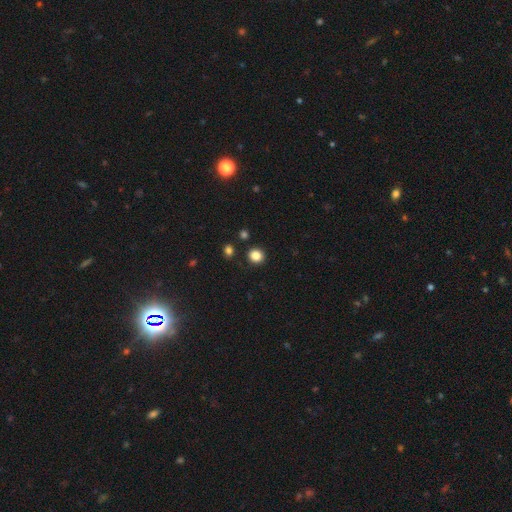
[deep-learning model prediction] Smooth or featured? Predicted: smooth (p=0.85). How rounded? Predicted: round (p=0.84). Merging? Predicted: none (p=0.88).